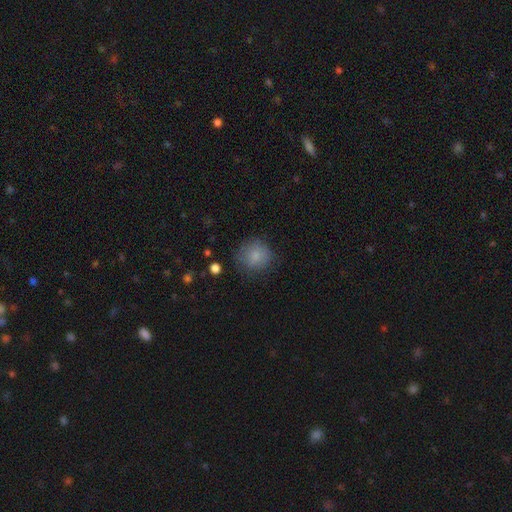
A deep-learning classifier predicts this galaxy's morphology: Smooth or featured: smooth — 82% (featured or disk — 9%)
How rounded: round — 88% (in between — 11%)
Merging: none — 74% (minor disturbance — 18%)